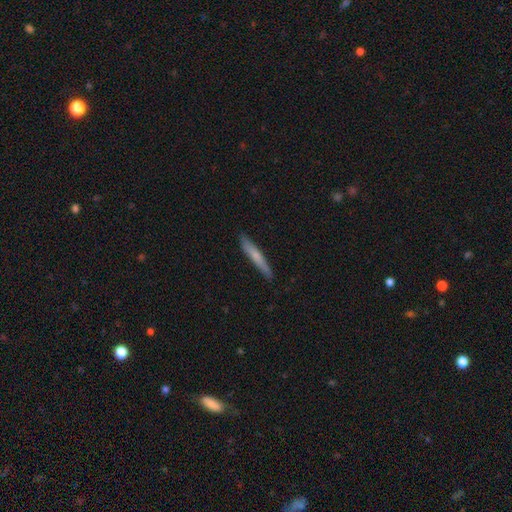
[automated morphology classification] smooth 63%, featured or disk 31%, star or artifact 5%. Down the decision tree: how rounded — cigar-shaped (95%); merging — none (88%).